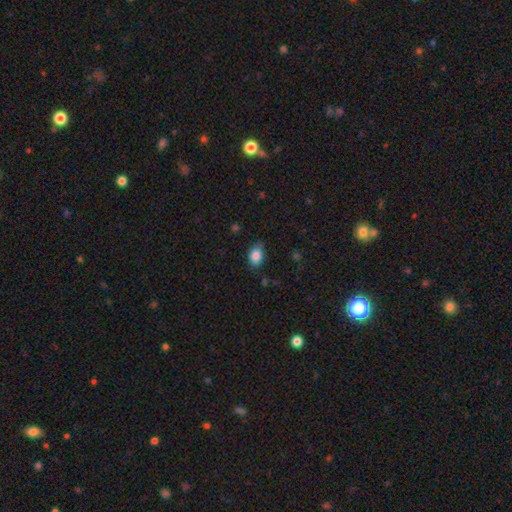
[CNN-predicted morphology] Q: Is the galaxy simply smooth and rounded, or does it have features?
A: smooth — 85%.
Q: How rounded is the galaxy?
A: in between — 78%.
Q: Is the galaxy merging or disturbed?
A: none — 77%.